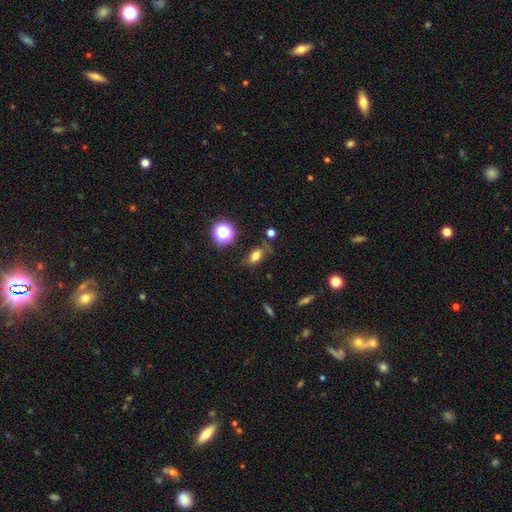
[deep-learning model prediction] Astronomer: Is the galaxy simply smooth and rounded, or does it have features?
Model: smooth — 68%.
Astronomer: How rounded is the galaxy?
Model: in between — 74%.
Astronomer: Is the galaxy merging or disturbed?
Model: none — 63%.